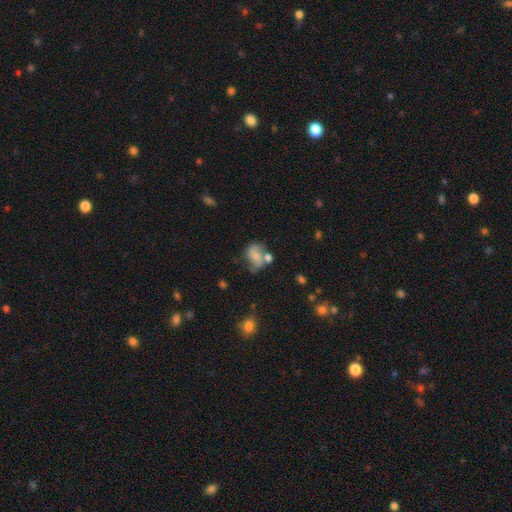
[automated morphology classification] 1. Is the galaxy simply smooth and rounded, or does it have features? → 54% smooth, 34% featured or disk, 12% star or artifact.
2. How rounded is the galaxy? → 66% in between, 32% round, 2% cigar-shaped.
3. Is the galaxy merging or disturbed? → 35% none, 24% merger, 24% minor disturbance, 17% major disturbance.